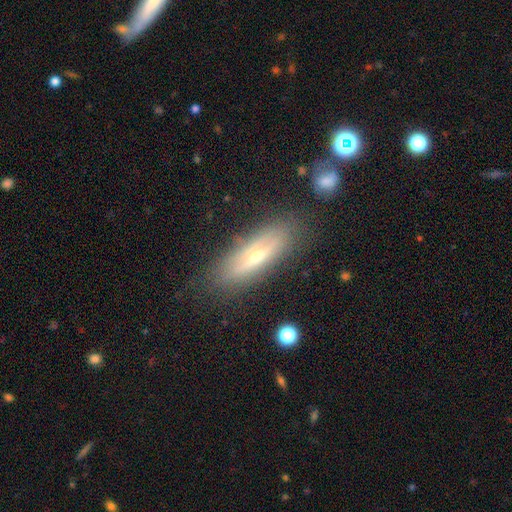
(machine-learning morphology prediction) This appears to be a featured or disk galaxy (56%) viewed edge-on (78%). Merging: none (80%).